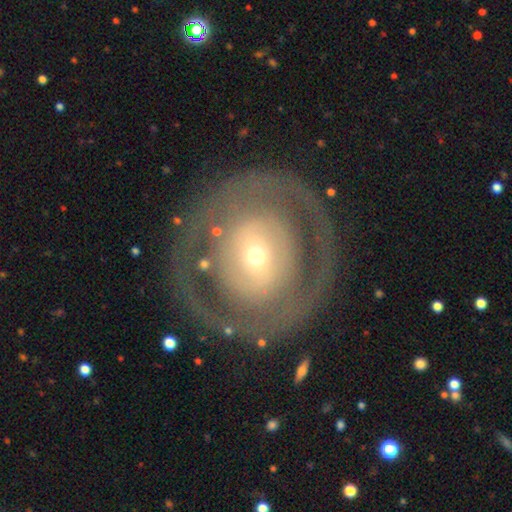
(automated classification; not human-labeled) Smooth or featured?
  - featured or disk: 64% *
  - smooth: 30%
  - star or artifact: 6%
Edge-on disk?
  - no: 94% *
  - yes: 6%
Bar?
  - no: 67% *
  - weak: 20%
  - strong: 13%
Spiral arms?
  - no: 75% *
  - yes: 25%
Bulge size?
  - small: 63% *
  - moderate: 30%
  - large: 4%
  - dominant: 2%
  - none: 1%
Merging?
  - none: 79% *
  - minor disturbance: 11%
  - major disturbance: 8%
  - merger: 2%